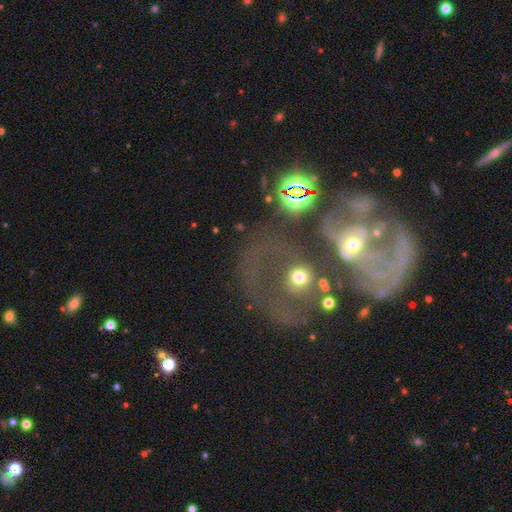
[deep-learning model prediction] A featured or disk galaxy (58%) with no bar (73%), spiral arms (52%) and a moderate central bulge (49%).

Vote fractions:
- Smooth or featured? featured or disk: 58% / star or artifact: 21% / smooth: 20%
- Edge-on disk? no: 95% / yes: 5%
- Bar? no: 73% / weak: 18% / strong: 9%
- Spiral arms? yes: 52% / no: 48%
- Bulge size? moderate: 49% / small: 34% / none: 7% / large: 6% / dominant: 3%
- Merging? merger: 39% / none: 28% / major disturbance: 21% / minor disturbance: 12%